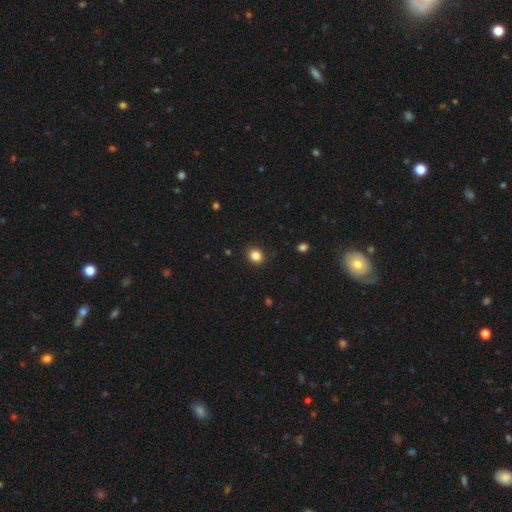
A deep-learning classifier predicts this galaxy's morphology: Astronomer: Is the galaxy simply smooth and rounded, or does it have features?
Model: smooth — 85%.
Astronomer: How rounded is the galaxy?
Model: round — 73%.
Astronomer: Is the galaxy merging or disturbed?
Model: none — 89%.